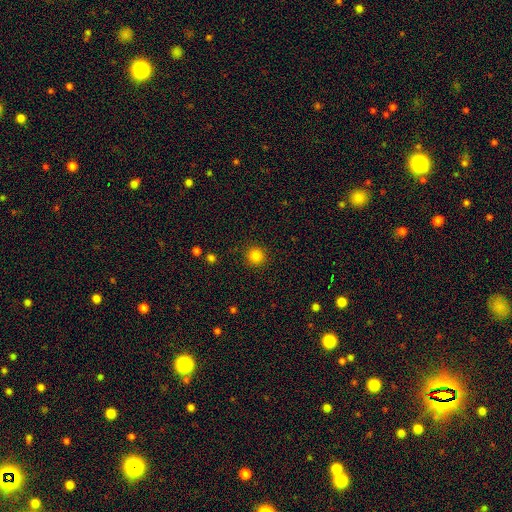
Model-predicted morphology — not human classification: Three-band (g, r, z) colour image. It shows a smooth galaxy with no disk features (84%) that is round (95%). Merging: none (91%).